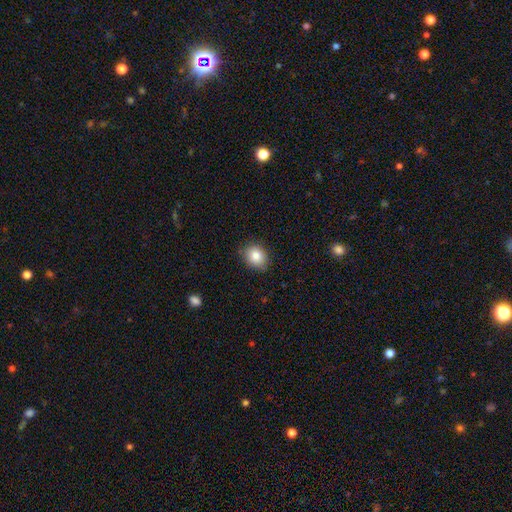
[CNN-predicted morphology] smooth-or-featured: smooth: 83% | star or artifact: 9% | featured or disk: 8%
  how-rounded: round: 56% | in between: 43% | cigar-shaped: 1%
  merging: none: 83% | minor disturbance: 13% | major disturbance: 2% | merger: 1%